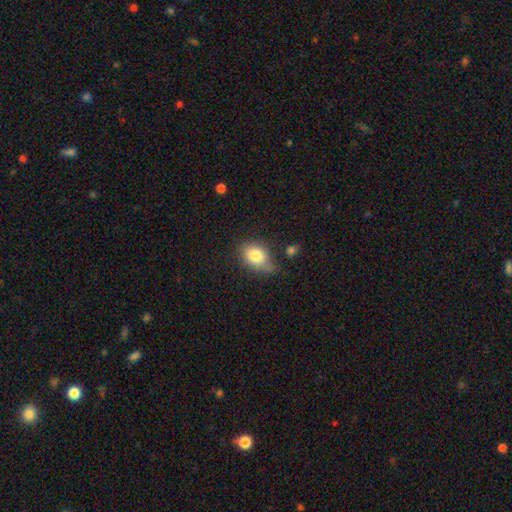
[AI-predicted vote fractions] Morphology: type=smooth (81%); roundness=in between (70%); merging=none (51%).